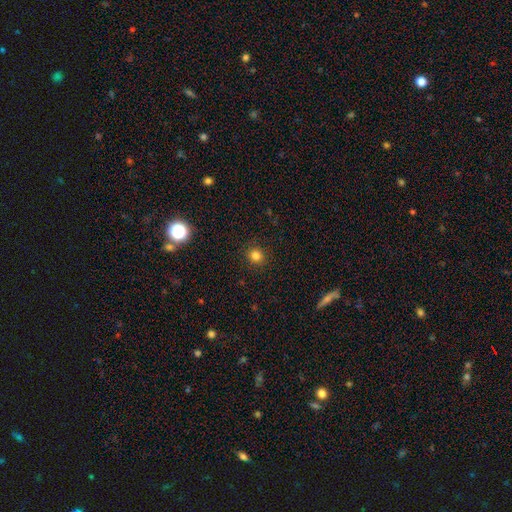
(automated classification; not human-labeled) Smooth or featured? Predicted: smooth (p=0.81). How rounded? Predicted: round (p=0.89). Merging? Predicted: none (p=0.90).